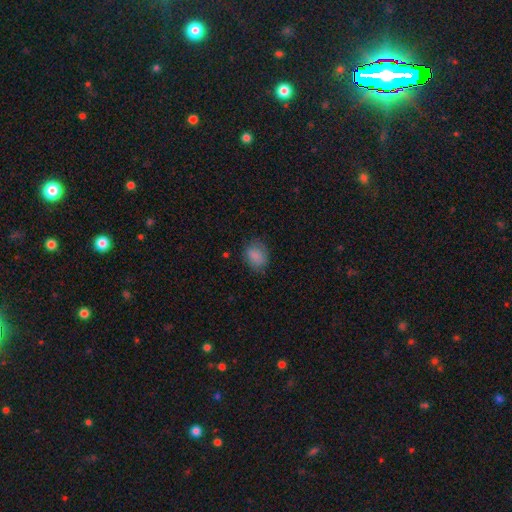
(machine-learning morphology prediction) smooth 85%, star or artifact 9%, featured or disk 6%. Down the decision tree: how rounded — in between (53%); merging — none (74%).